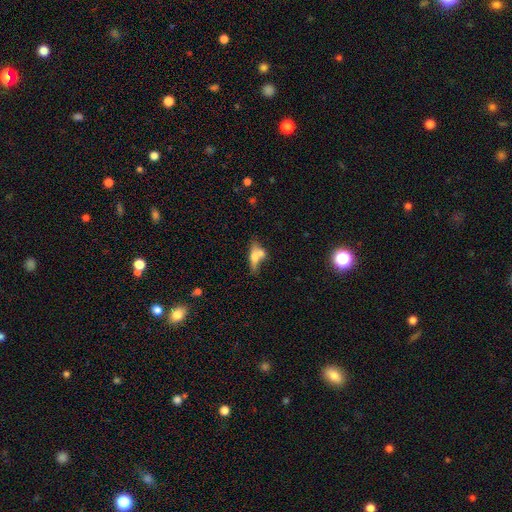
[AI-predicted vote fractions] Smooth or featured: smooth — 55% (featured or disk — 36%)
How rounded: in between — 58% (cigar-shaped — 35%)
Merging: merger — 44% (none — 34%)